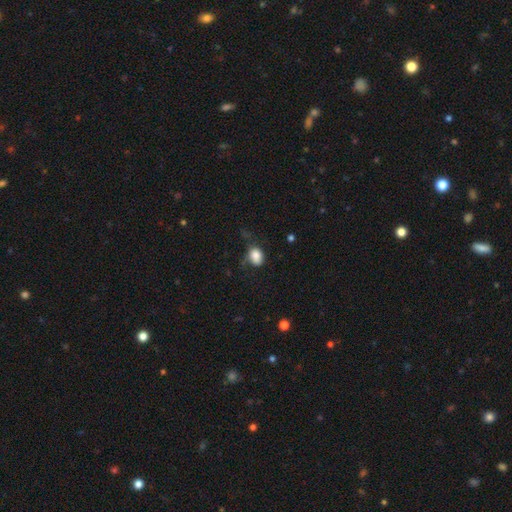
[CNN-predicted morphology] This is clearly a smooth galaxy (84%). How rounded: likely in between (66%). Merging: possibly none (47%).